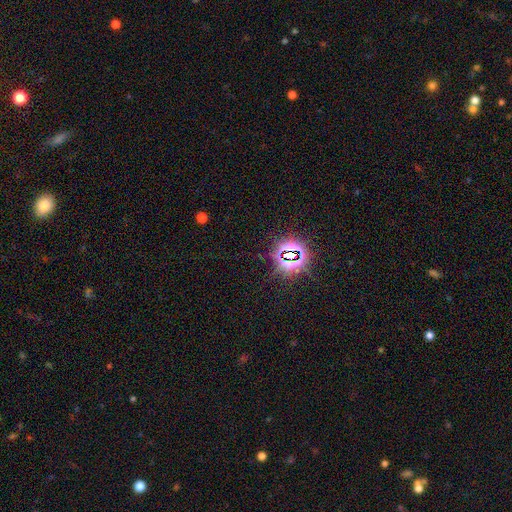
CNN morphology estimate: This appears to be a star or artifact, not a galaxy (81%).